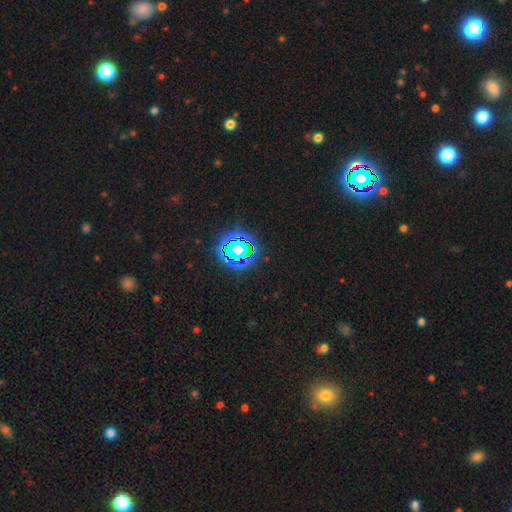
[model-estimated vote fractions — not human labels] Smooth or featured: star or artifact — 75% (smooth — 18%)